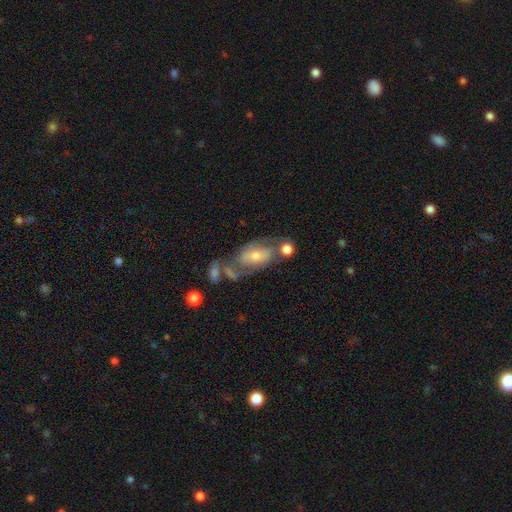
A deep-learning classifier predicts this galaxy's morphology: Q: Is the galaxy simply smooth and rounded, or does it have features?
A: featured or disk — 63%.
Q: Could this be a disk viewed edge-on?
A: no — 92%.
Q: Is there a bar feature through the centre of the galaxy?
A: no — 57%.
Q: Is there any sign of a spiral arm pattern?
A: yes — 63%.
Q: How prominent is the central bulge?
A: moderate — 47%.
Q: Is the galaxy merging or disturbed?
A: none — 38%.